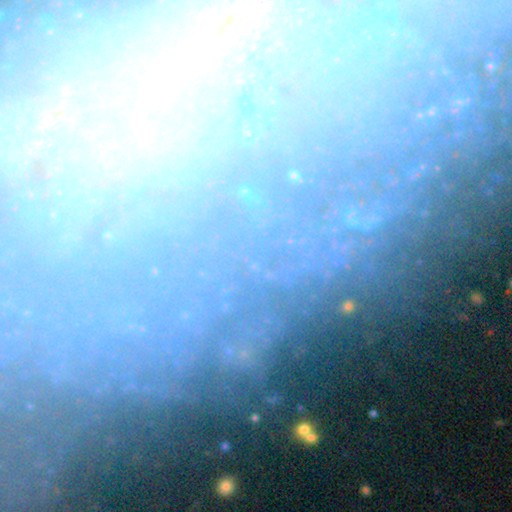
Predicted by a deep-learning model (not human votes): The model was most divided on "smooth or featured": star or artifact: 48%, featured or disk: 36%, smooth: 16%.